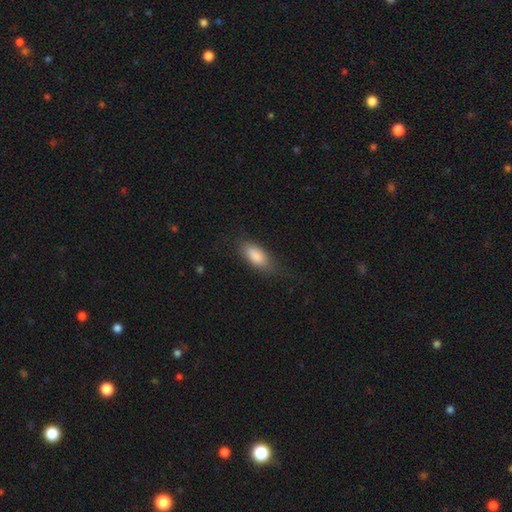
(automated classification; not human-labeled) This is clearly a smooth galaxy (84%). How rounded: clearly in between (84%). Merging: likely none (70%).